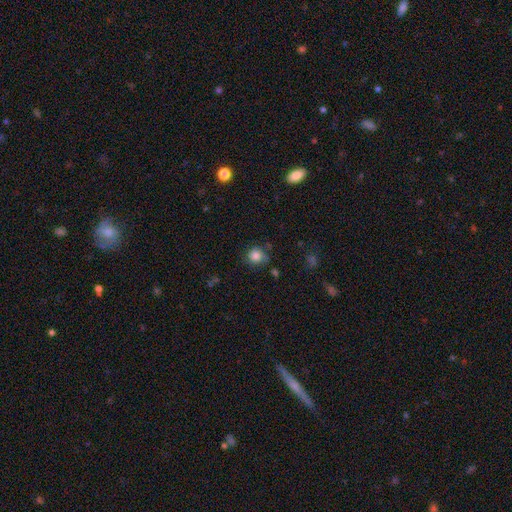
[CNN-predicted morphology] This is clearly a smooth galaxy (84%). How rounded: clearly round (87%). Merging: likely none (71%).